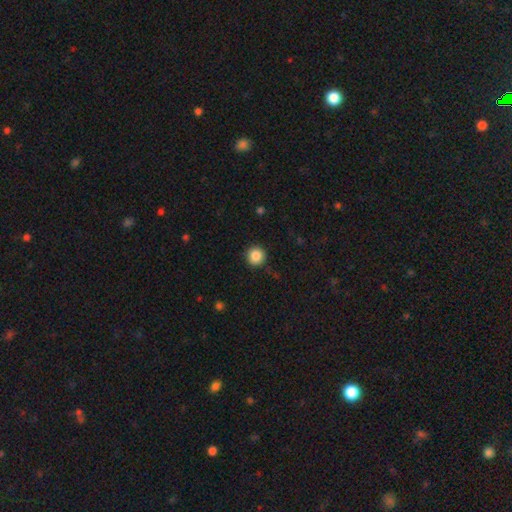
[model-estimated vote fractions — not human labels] Smooth or featured? smooth (86%)
How rounded? round (95%)
Merging? none (91%)